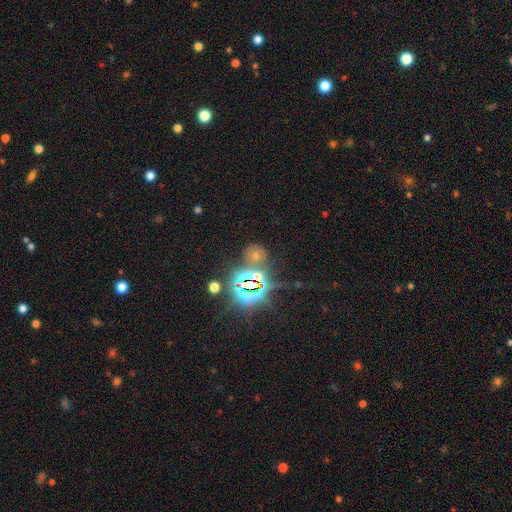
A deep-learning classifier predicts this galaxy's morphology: A star or artifact, not a galaxy (52%).